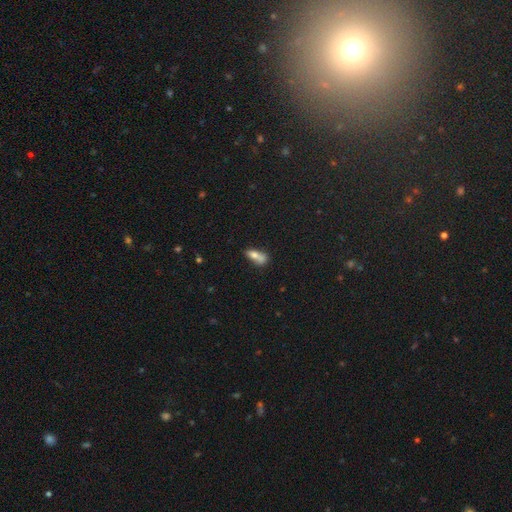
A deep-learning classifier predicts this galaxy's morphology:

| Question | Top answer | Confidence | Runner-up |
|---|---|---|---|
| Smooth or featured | smooth | 69% | featured or disk (21%) |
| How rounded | in between | 71% | cigar-shaped (18%) |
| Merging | merger | 48% | none (29%) |